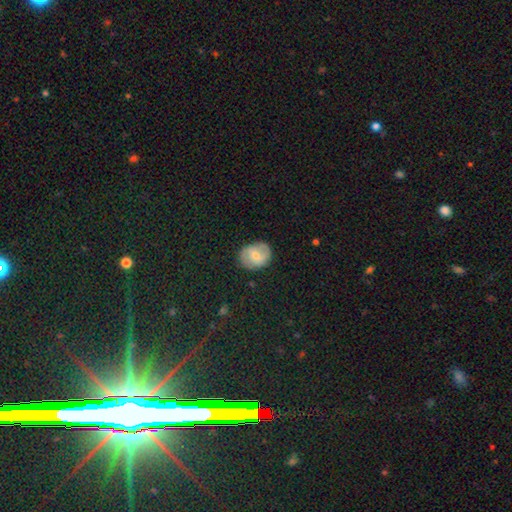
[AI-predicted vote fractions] smooth 49%, featured or disk 43%, star or artifact 8%. Down the decision tree: merging — none (82%).